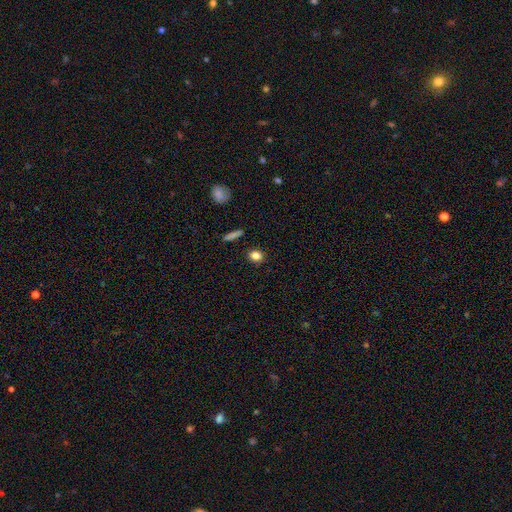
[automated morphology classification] This is clearly a smooth galaxy (84%). How rounded: likely round (66%). Merging: clearly none (89%).